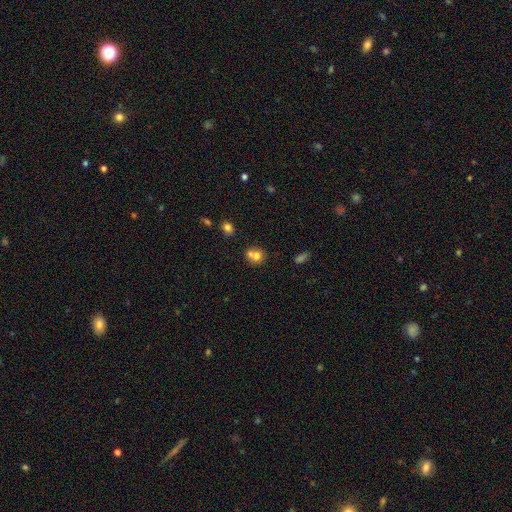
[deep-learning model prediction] Smooth or featured: smooth — 72% (featured or disk — 16%)
How rounded: round — 74% (in between — 25%)
Merging: merger — 54% (none — 34%)